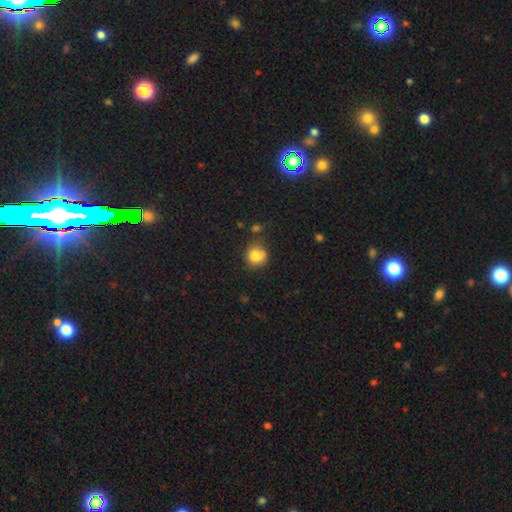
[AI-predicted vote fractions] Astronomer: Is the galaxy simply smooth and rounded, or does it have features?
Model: smooth — 82%.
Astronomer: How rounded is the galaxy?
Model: round — 79%.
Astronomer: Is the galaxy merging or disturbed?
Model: none — 64%.